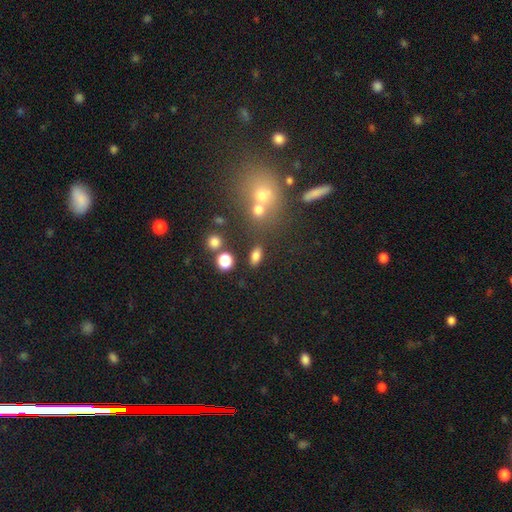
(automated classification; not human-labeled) smooth 79%, star or artifact 13%, featured or disk 8%. Down the decision tree: how rounded — in between (83%); merging — none (78%).